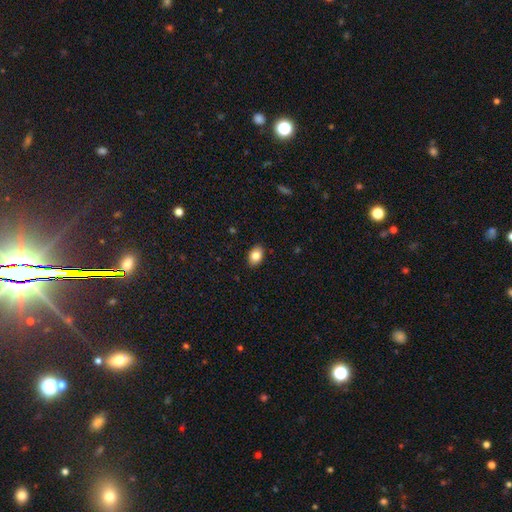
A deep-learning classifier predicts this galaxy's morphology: Smooth or featured? Predicted: smooth (p=0.83). How rounded? Predicted: in between (p=0.82). Merging? Predicted: none (p=0.88).